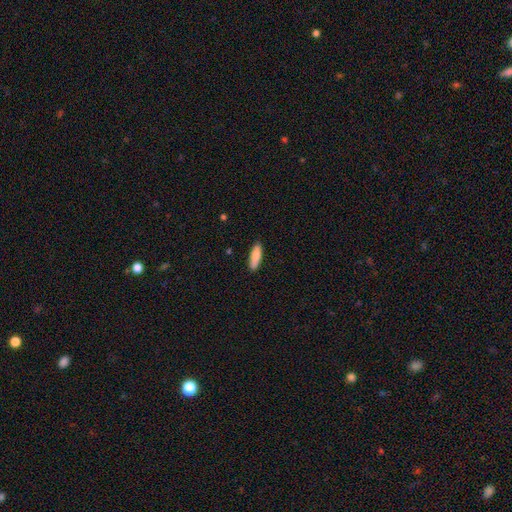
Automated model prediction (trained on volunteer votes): The model was most divided on "how rounded": cigar-shaped: 54%, in between: 44%, round: 2%. More confident: merging — none (87%); smooth or featured — smooth (84%).